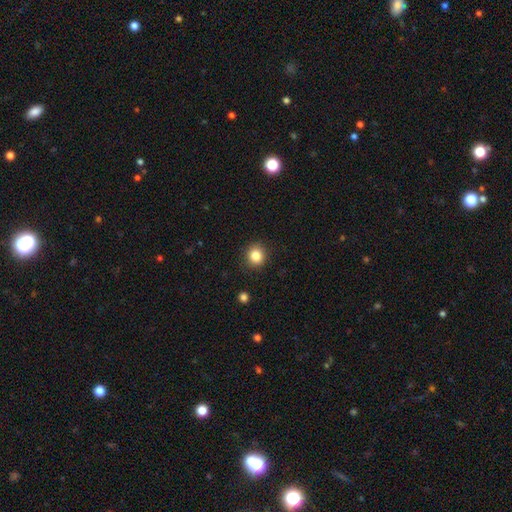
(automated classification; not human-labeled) smooth-or-featured: smooth: 84% | star or artifact: 11% | featured or disk: 5%
  how-rounded: round: 87% | in between: 12% | cigar-shaped: 1%
  merging: none: 90% | minor disturbance: 7% | major disturbance: 2% | merger: 1%